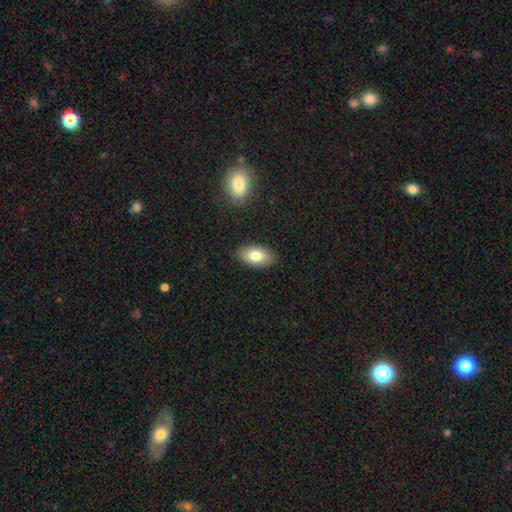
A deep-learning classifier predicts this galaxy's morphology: A smooth galaxy with no disk features (79%) that is in between round and cigar-shaped (93%).

Vote fractions:
- Smooth or featured? smooth: 79% / featured or disk: 13% / star or artifact: 7%
- How rounded? in between: 93% / round: 5% / cigar-shaped: 2%
- Merging? none: 87% / minor disturbance: 10% / major disturbance: 2% / merger: 1%